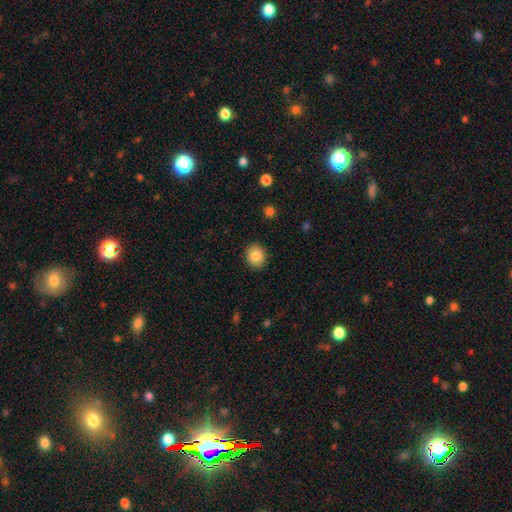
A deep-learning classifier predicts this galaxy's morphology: type=smooth (85%); roundness=round (74%); merging=none (91%).